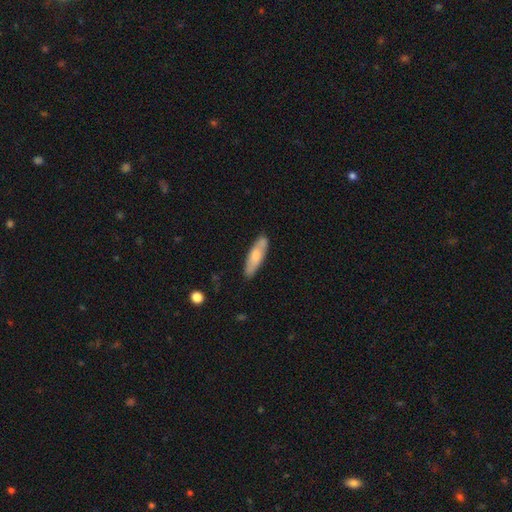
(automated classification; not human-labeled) smooth 64%, featured or disk 30%, star or artifact 5%. Down the decision tree: how rounded — cigar-shaped (54%); merging — none (80%).